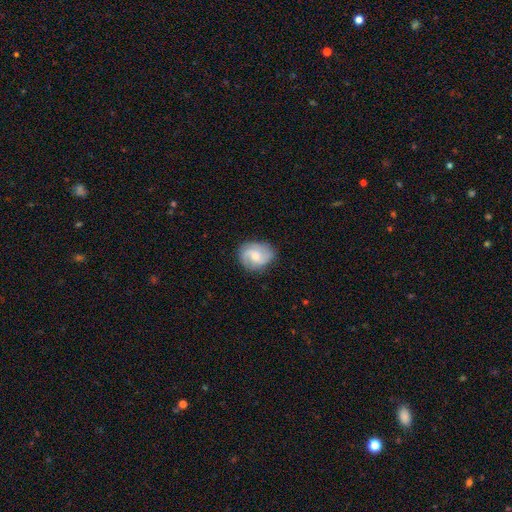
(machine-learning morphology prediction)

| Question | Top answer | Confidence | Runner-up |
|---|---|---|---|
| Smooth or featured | featured or disk | 67% | smooth (26%) |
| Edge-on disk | no | 98% | yes (2%) |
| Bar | no | 59% | weak (35%) |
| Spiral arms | yes | 93% | no (7%) |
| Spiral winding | medium | 46% | tight (28%) |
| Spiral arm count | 2 | 47% | 3 (27%) |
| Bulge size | small | 50% | moderate (45%) |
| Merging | none | 79% | minor disturbance (16%) |